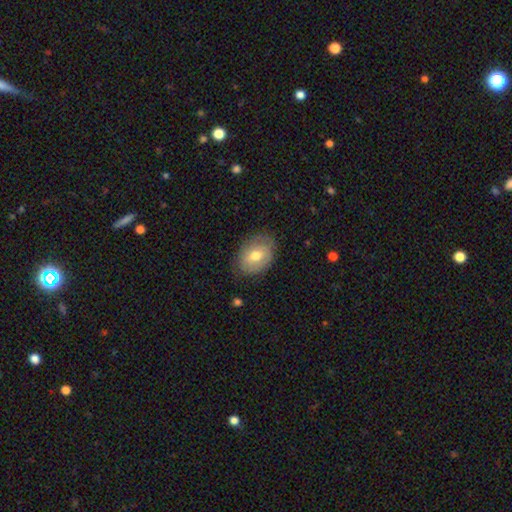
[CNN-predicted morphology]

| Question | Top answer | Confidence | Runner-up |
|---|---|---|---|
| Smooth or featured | smooth | 59% | featured or disk (34%) |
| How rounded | in between | 72% | round (27%) |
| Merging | none | 76% | minor disturbance (18%) |